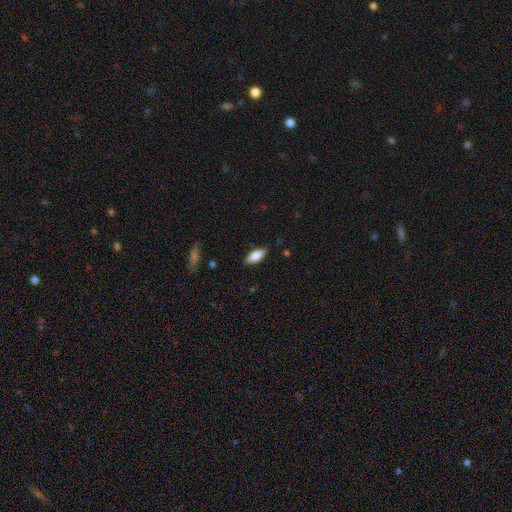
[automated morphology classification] This appears to be a smooth galaxy with no disk features (82%) that is in between round and cigar-shaped (81%). Merging: none (83%).